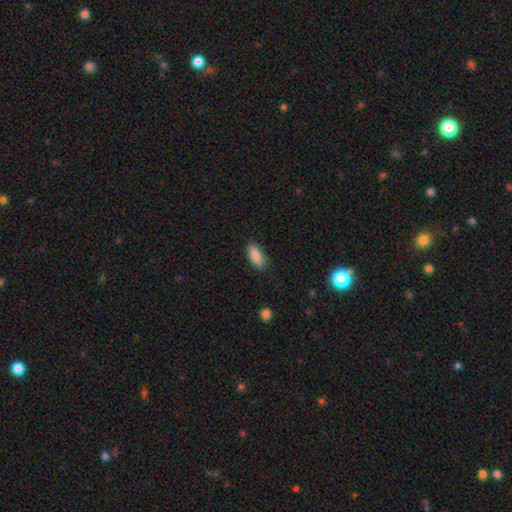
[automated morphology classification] The model was most divided on "merging": none: 82%, minor disturbance: 14%, major disturbance: 3%, merger: 1%. More confident: smooth or featured — smooth (87%); how rounded — in between (84%).